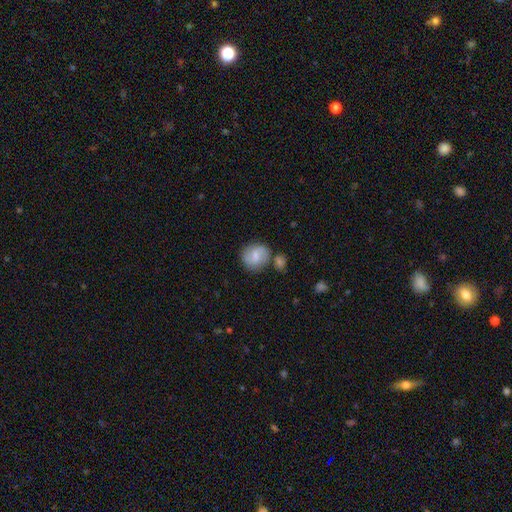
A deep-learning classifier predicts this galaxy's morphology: This appears to be a smooth galaxy with no disk features (55%) that is round (78%). Merging: none (67%).